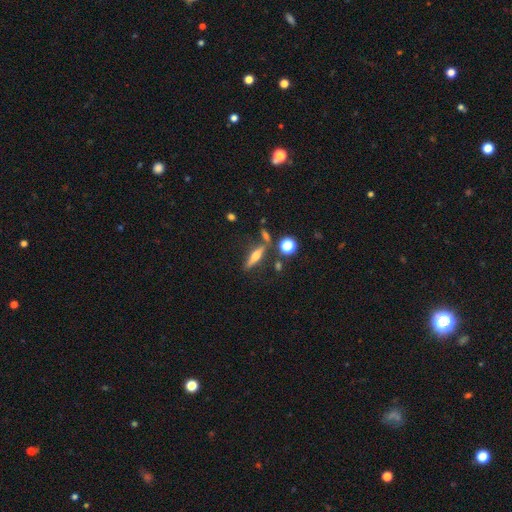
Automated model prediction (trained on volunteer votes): smooth_or_featured: featured or disk (p=0.51) [alt: smooth p=0.38]
disk_edge_on: yes (p=0.93) [alt: no p=0.07]
merging: none (p=0.72) [alt: minor disturbance p=0.12]